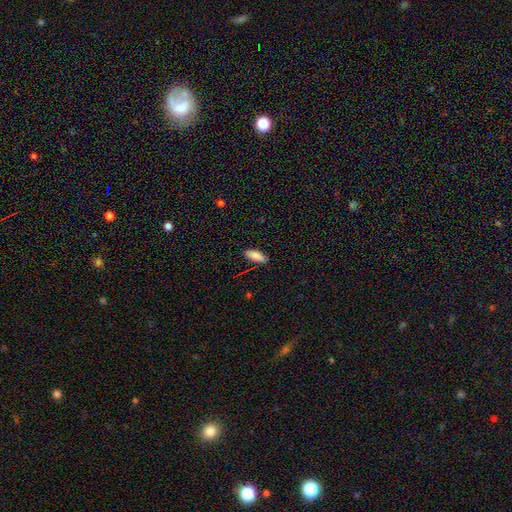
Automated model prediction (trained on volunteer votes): Overall: smooth (87%). How rounded: in between (75%). Merging: none (86%).